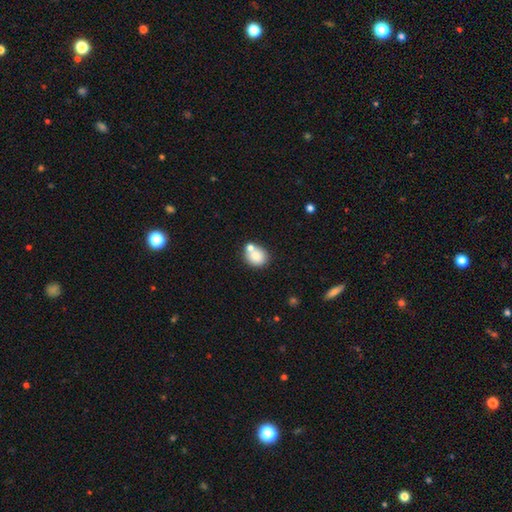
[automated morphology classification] This appears to be a smooth galaxy with no disk features (77%) that is round (69%). Merging: none (55%).